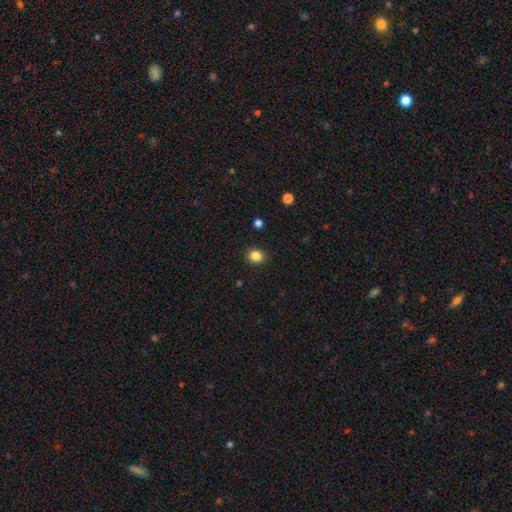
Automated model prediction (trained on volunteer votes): Smooth or featured: smooth — 85% (star or artifact — 11%)
How rounded: round — 71% (in between — 28%)
Merging: none — 90% (minor disturbance — 6%)